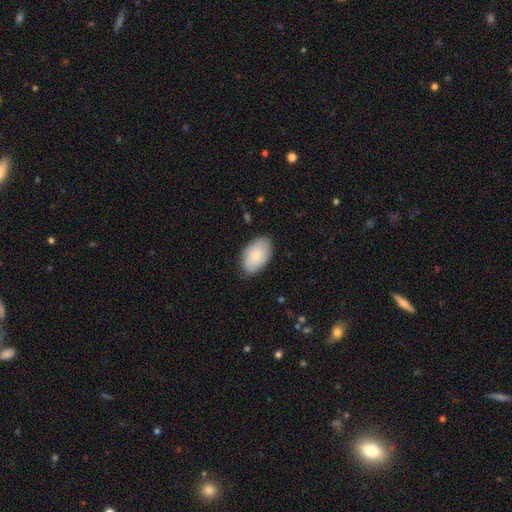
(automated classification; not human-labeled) A smooth galaxy with no disk features (81%) that is in between round and cigar-shaped (94%). Merging: none (82%).